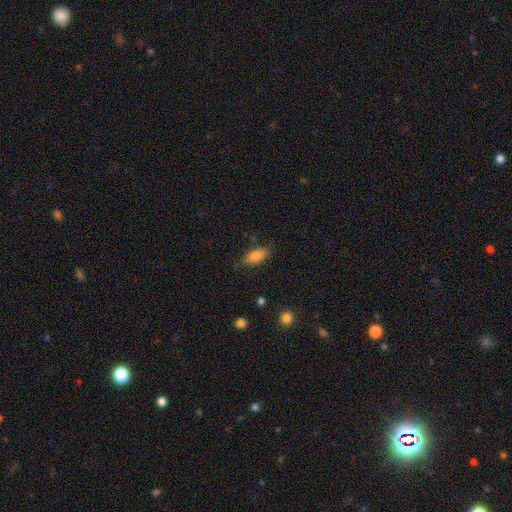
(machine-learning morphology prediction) A smooth galaxy with no disk features (81%) that is in between round and cigar-shaped (78%). Merging: none (76%).